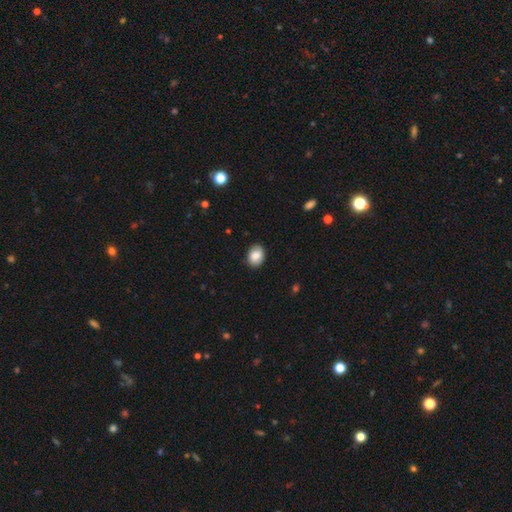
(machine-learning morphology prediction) Smooth or featured? Predicted: smooth (p=0.85). How rounded? Predicted: in between (p=0.65). Merging? Predicted: none (p=0.86).